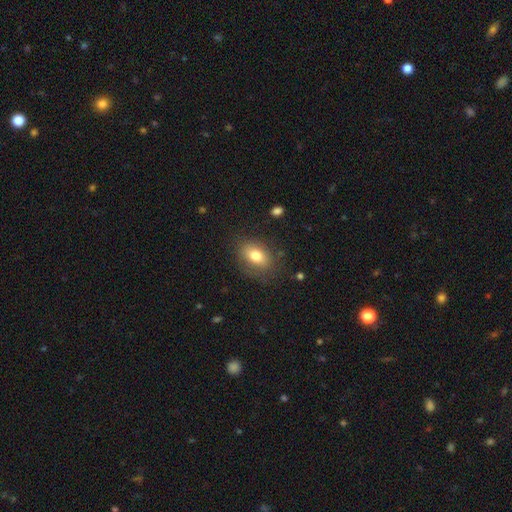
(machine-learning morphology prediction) Smooth or featured?
  - smooth: 78% *
  - featured or disk: 13%
  - star or artifact: 9%
How rounded?
  - in between: 75% *
  - round: 23%
  - cigar-shaped: 2%
Merging?
  - none: 79% *
  - minor disturbance: 14%
  - major disturbance: 5%
  - merger: 2%